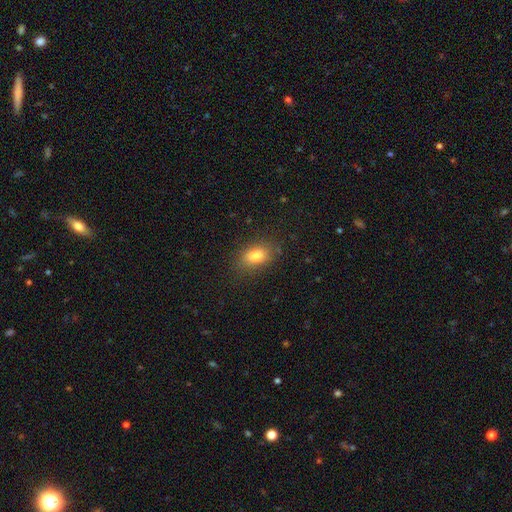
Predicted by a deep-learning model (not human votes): This appears to be a smooth galaxy with no disk features (81%) that is in between round and cigar-shaped (77%). Merging: none (82%).